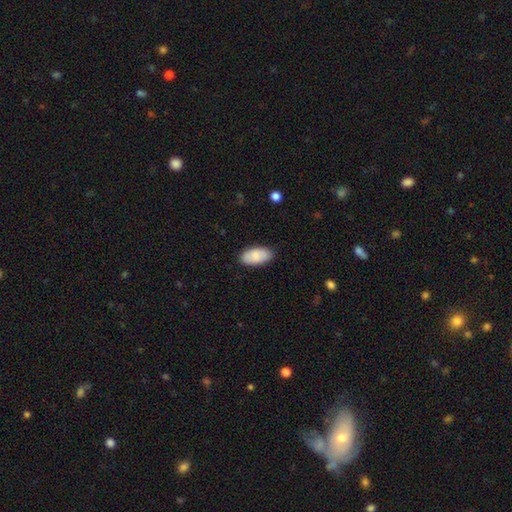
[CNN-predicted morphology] This is clearly a smooth galaxy (85%). How rounded: clearly in between (94%). Merging: clearly none (85%).